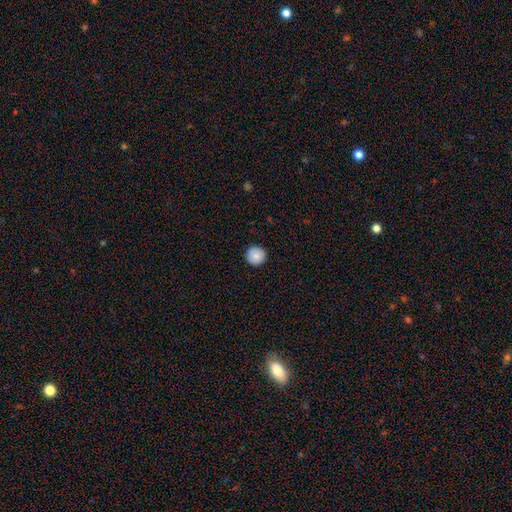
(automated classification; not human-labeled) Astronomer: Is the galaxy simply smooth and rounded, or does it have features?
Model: smooth — 85%.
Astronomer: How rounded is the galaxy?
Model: round — 96%.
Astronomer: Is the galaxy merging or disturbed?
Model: none — 93%.